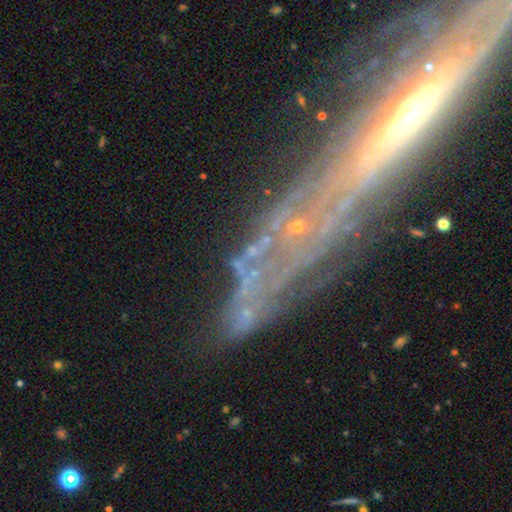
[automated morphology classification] smooth_or_featured: featured or disk (p=0.60) [alt: star or artifact p=0.25]
disk_edge_on: no (p=0.54) [alt: yes p=0.46]
merging: none (p=0.65) [alt: minor disturbance p=0.16]